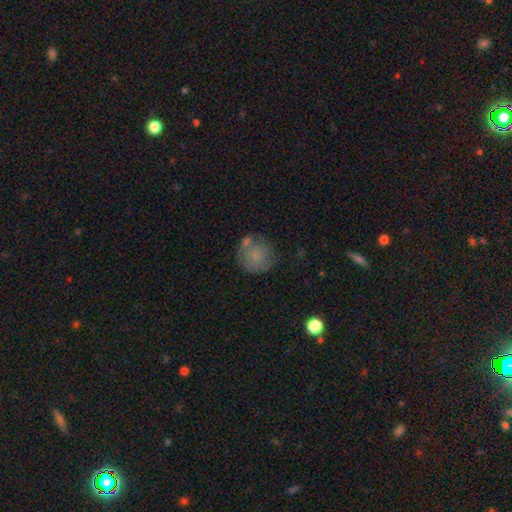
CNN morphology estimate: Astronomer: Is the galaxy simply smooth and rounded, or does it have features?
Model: smooth — 73%.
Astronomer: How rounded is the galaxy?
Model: round — 90%.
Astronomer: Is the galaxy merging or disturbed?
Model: none — 57%.